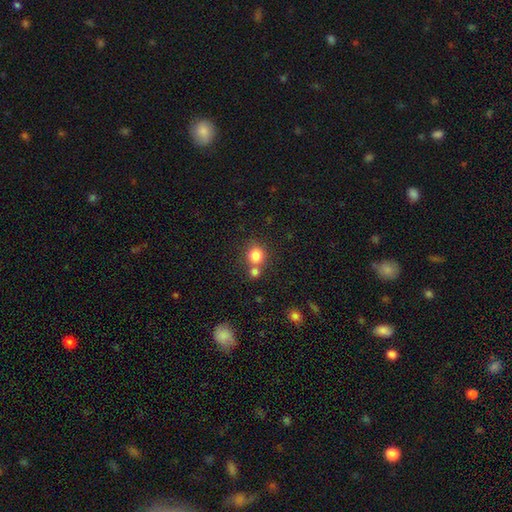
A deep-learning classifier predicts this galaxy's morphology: type=smooth (82%); roundness=round (87%); merging=none (60%).